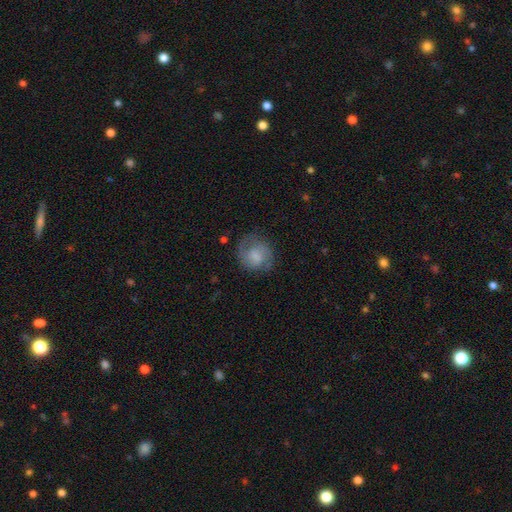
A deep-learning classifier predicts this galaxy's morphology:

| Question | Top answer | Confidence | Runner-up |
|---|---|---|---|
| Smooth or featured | featured or disk | 51% | smooth (42%) |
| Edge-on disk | no | 98% | yes (2%) |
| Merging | none | 71% | minor disturbance (18%) |